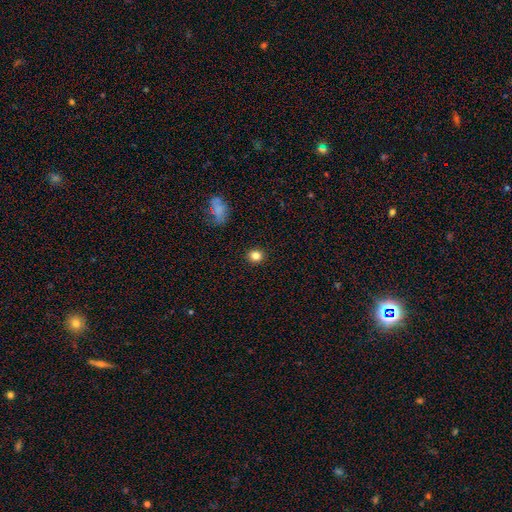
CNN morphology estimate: A smooth galaxy with no disk features (83%) that is round (77%).

Vote fractions:
- Smooth or featured? smooth: 83% / star or artifact: 12% / featured or disk: 5%
- How rounded? round: 77% / in between: 22% / cigar-shaped: 1%
- Merging? none: 91% / minor disturbance: 6% / major disturbance: 2% / merger: 1%